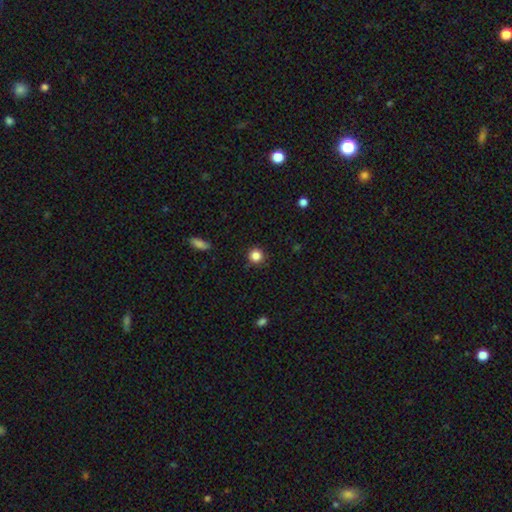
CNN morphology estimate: Overall: smooth (85%). How rounded: round (94%). Merging: none (89%).